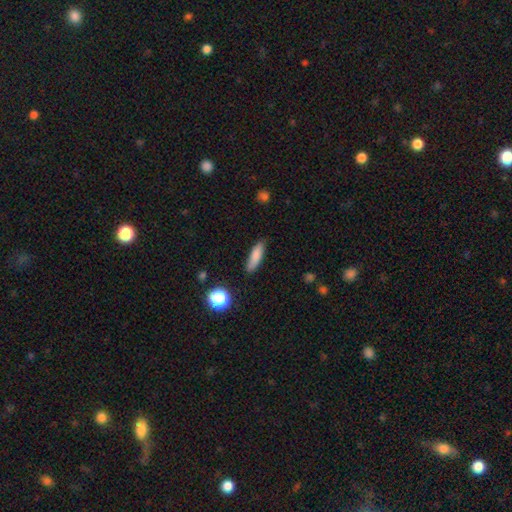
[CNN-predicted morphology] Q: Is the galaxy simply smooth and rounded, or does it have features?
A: smooth — 81%.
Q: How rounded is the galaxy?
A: cigar-shaped — 60%.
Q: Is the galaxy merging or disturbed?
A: none — 82%.